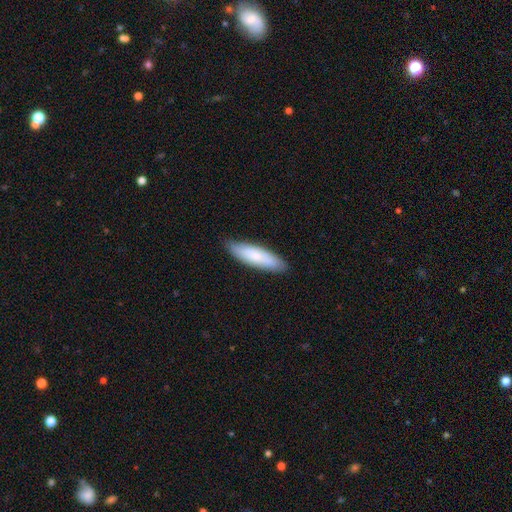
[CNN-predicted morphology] type=smooth (78%); roundness=cigar-shaped (64%); merging=none (86%).